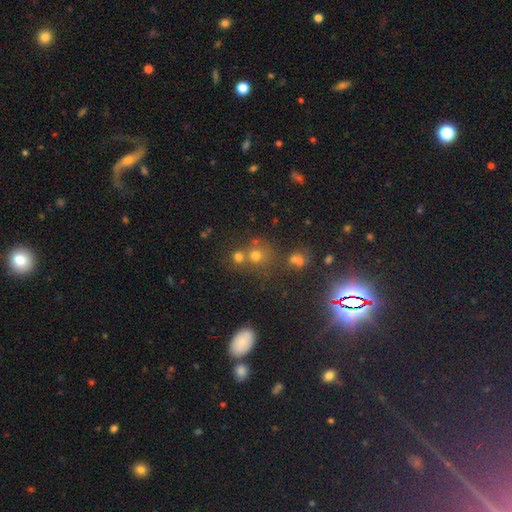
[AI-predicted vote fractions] This is possibly a smooth galaxy (56%). How rounded: clearly round (84%). Merging: possibly none (57%).